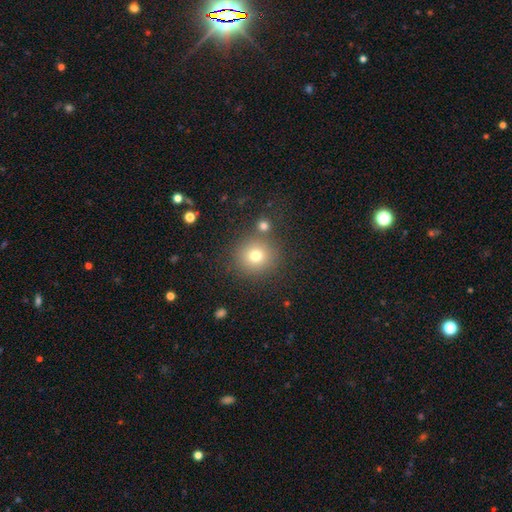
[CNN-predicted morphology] A smooth galaxy with no disk features (75%) that is round (92%).

Vote fractions:
- Smooth or featured? smooth: 75% / star or artifact: 15% / featured or disk: 10%
- How rounded? round: 92% / in between: 7% / cigar-shaped: 1%
- Merging? none: 80% / merger: 9% / minor disturbance: 8% / major disturbance: 3%